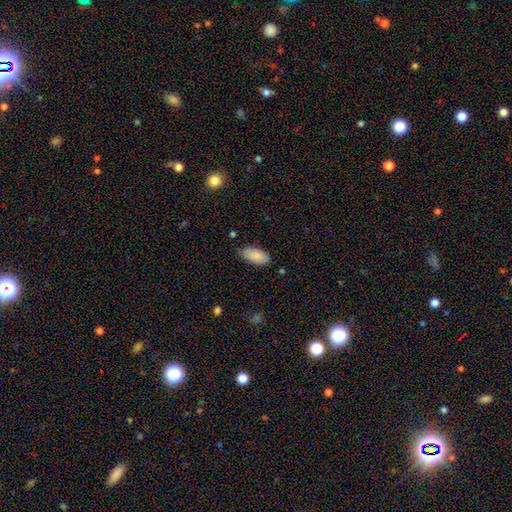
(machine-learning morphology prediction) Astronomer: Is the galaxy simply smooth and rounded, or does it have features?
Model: smooth — 87%.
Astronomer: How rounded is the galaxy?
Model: in between — 91%.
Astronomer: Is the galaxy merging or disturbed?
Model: none — 75%.